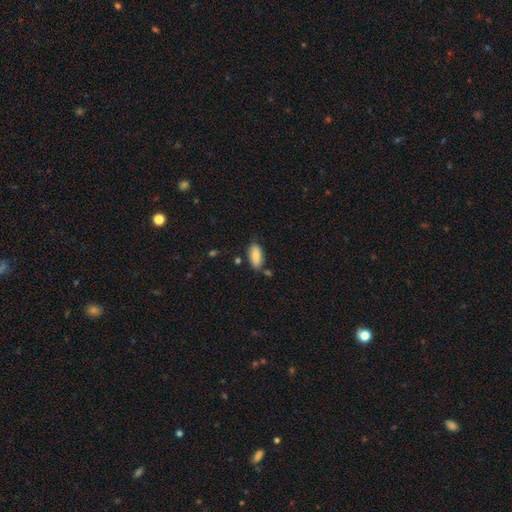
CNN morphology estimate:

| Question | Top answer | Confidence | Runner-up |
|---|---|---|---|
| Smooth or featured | smooth | 82% | featured or disk (11%) |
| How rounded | in between | 90% | cigar-shaped (7%) |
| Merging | none | 75% | minor disturbance (16%) |